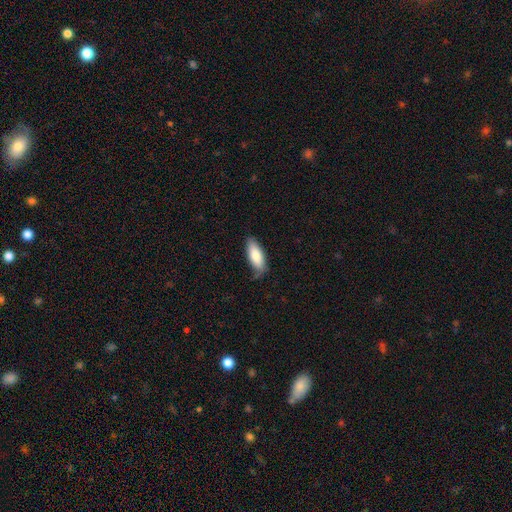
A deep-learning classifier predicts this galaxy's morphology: Smooth or featured? Predicted: smooth (p=0.83). How rounded? Predicted: in between (p=0.74). Merging? Predicted: none (p=0.73).